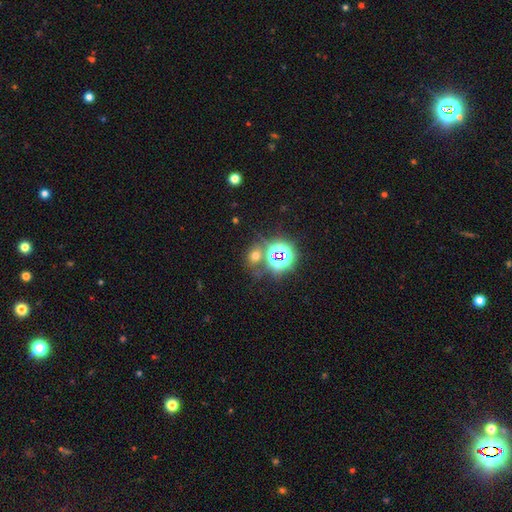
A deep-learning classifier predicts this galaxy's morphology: This appears to be a star or artifact, not a galaxy (47%).